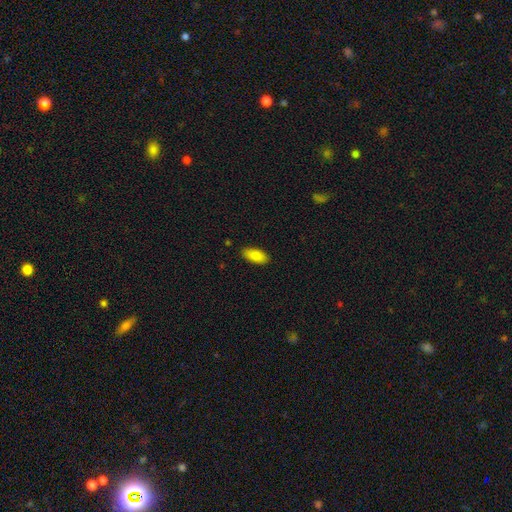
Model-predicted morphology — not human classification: Smooth or featured?
  - smooth: 87% *
  - star or artifact: 7%
  - featured or disk: 6%
How rounded?
  - in between: 91% *
  - cigar-shaped: 7%
  - round: 2%
Merging?
  - none: 88% *
  - minor disturbance: 9%
  - major disturbance: 2%
  - merger: 1%